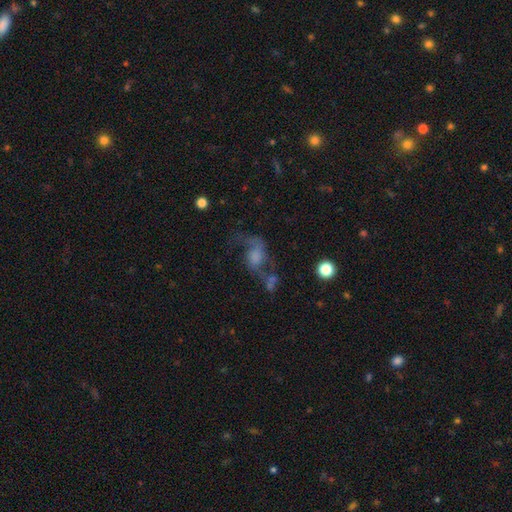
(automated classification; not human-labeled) Smooth or featured? Predicted: featured or disk (p=0.65). Edge-on disk? Predicted: no (p=0.96). Bar? Predicted: no (p=0.63). Spiral arms? Predicted: yes (p=0.83). Spiral winding? Predicted: loose (p=0.79). Spiral arm count? Predicted: 2 (p=0.86). Bulge size? Predicted: none (p=0.37). Merging? Predicted: none (p=0.37).